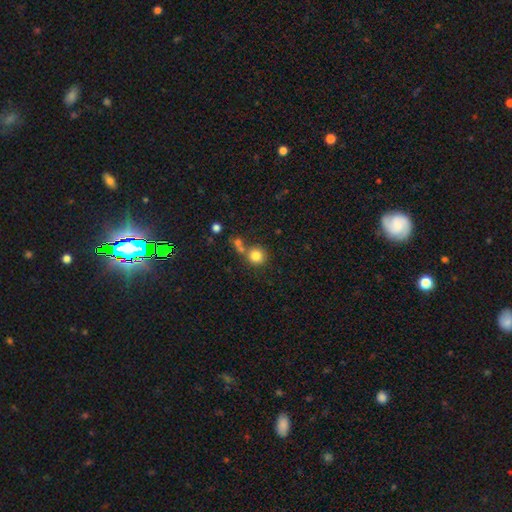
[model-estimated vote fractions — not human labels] Q: Smooth or featured?
A: smooth (81%); runner-up: star or artifact (11%)
Q: How rounded?
A: round (92%); runner-up: in between (7%)
Q: Merging?
A: none (65%); runner-up: merger (22%)